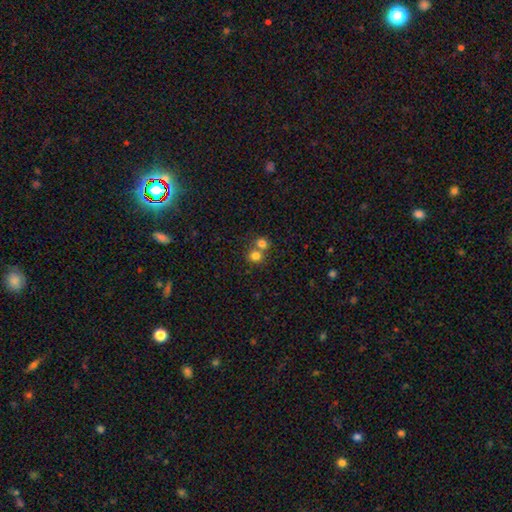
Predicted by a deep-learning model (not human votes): The model was most divided on "merging": merger: 49%, none: 43%, minor disturbance: 6%, major disturbance: 3%. More confident: how rounded — round (81%); smooth or featured — smooth (79%).